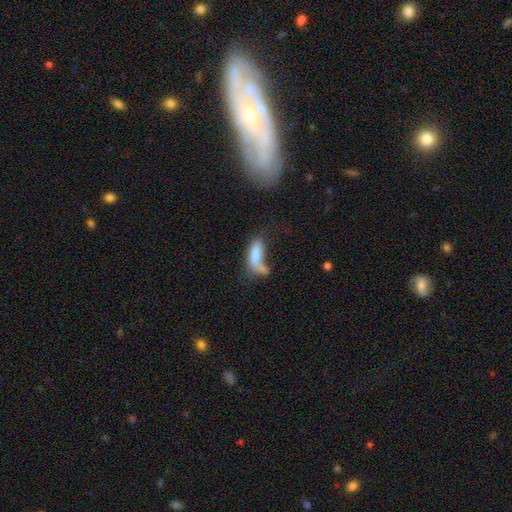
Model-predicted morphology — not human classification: Smooth or featured? smooth (75%)
How rounded? in between (53%)
Merging? merger (31%)